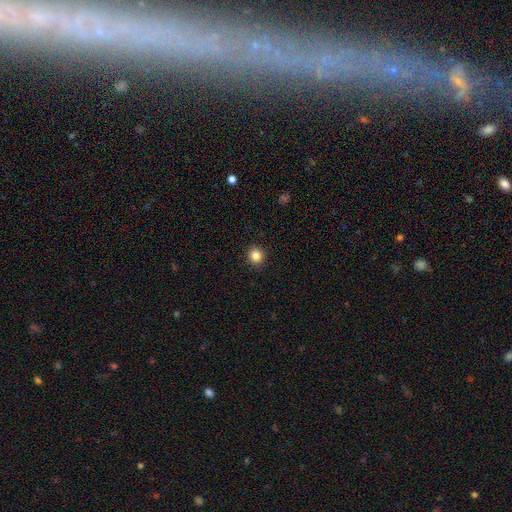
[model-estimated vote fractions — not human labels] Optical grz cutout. It shows a smooth galaxy with no disk features (85%) that is round (89%). Merging: none (92%).